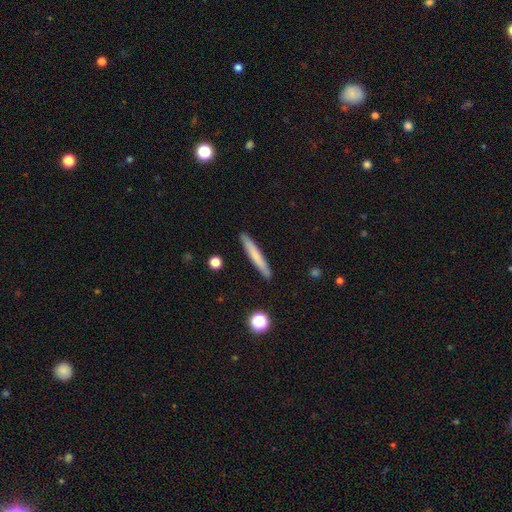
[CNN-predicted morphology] This is likely a smooth galaxy (72%). How rounded: clearly cigar-shaped (96%). Merging: clearly none (90%).